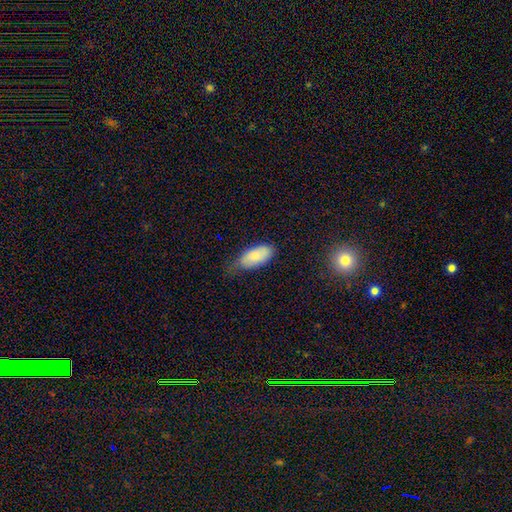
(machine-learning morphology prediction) Smooth or featured? smooth (80%)
How rounded? in between (91%)
Merging? none (51%)